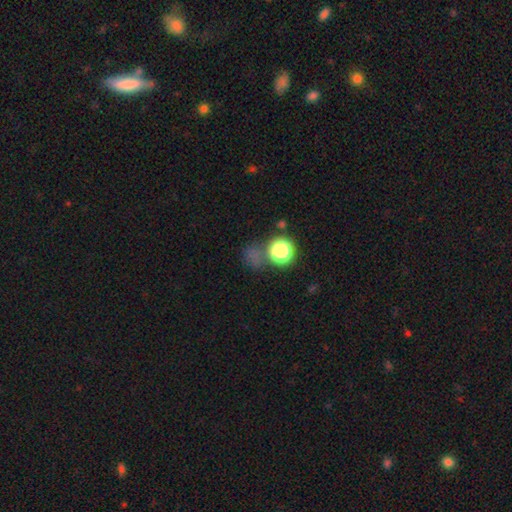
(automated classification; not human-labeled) A smooth galaxy with no disk features (58%) that is round (80%).

Vote fractions:
- Smooth or featured? smooth: 58% / star or artifact: 35% / featured or disk: 7%
- How rounded? round: 80% / in between: 18% / cigar-shaped: 2%
- Merging? none: 59% / minor disturbance: 14% / major disturbance: 14% / merger: 12%